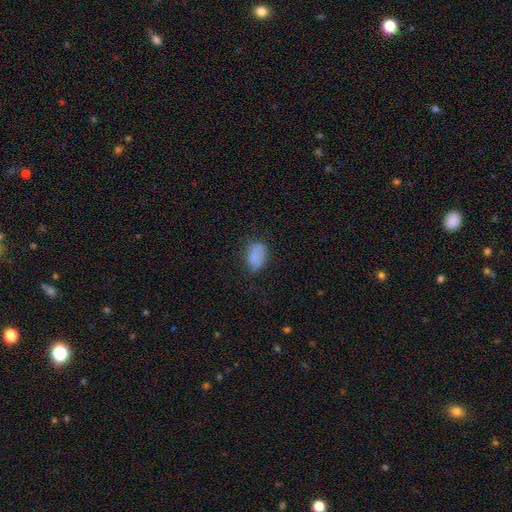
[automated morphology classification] This appears to be a smooth galaxy with no disk features (79%) that is in between round and cigar-shaped (81%). Merging: none (56%).